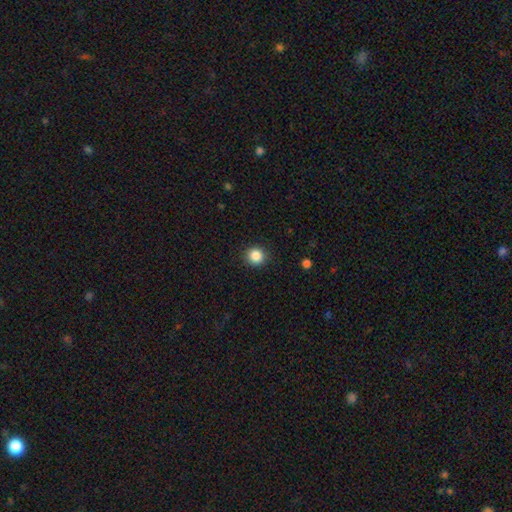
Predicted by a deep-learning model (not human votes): smooth-or-featured: smooth: 86% | star or artifact: 10% | featured or disk: 4%
  how-rounded: round: 92% | in between: 7% | cigar-shaped: 1%
  merging: none: 91% | minor disturbance: 6% | major disturbance: 2% | merger: 1%